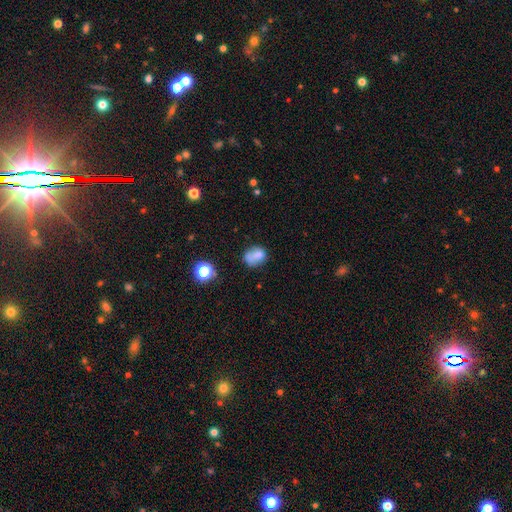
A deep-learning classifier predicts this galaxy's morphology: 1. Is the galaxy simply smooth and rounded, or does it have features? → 69% smooth, 18% featured or disk, 13% star or artifact.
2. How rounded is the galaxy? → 53% in between, 46% round, 1% cigar-shaped.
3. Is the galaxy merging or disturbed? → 41% none, 24% merger, 22% minor disturbance, 12% major disturbance.